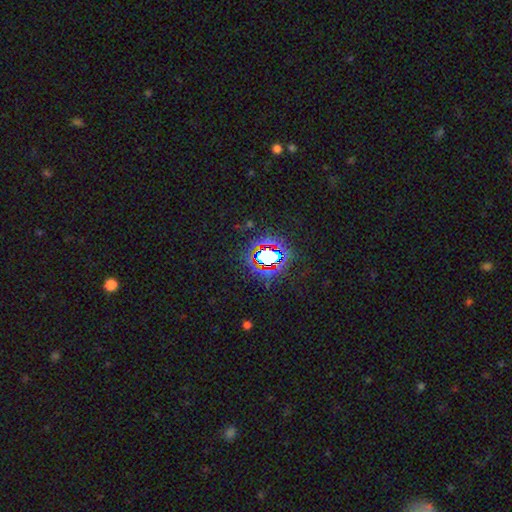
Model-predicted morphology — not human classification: This is clearly a star or artifact rather than a galaxy (81%).